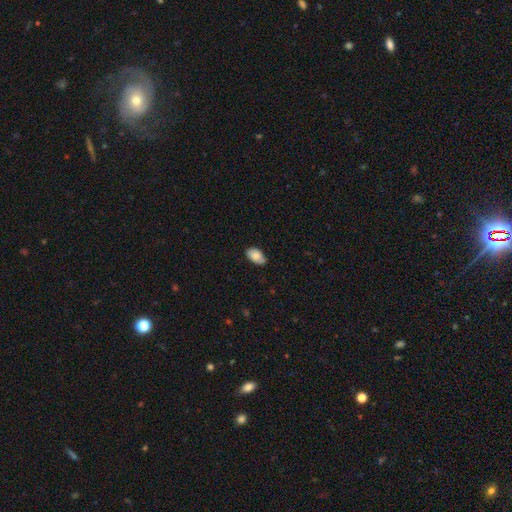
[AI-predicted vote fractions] smooth-or-featured: smooth: 83% | featured or disk: 10% | star or artifact: 7%
  how-rounded: in between: 94% | round: 5% | cigar-shaped: 2%
  merging: none: 78% | minor disturbance: 18% | major disturbance: 2% | merger: 1%